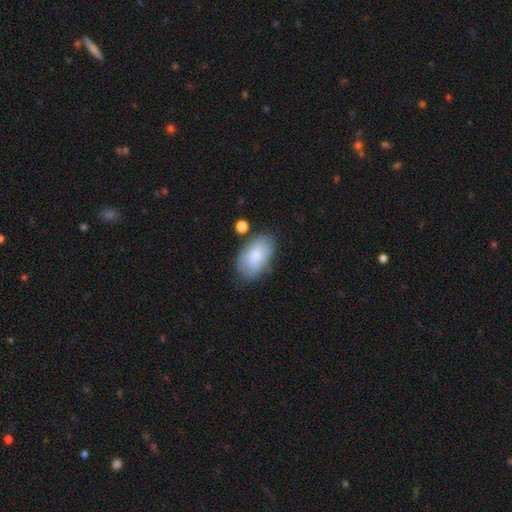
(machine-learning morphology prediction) This is likely a smooth galaxy (78%). How rounded: clearly in between (94%). Merging: likely none (72%).